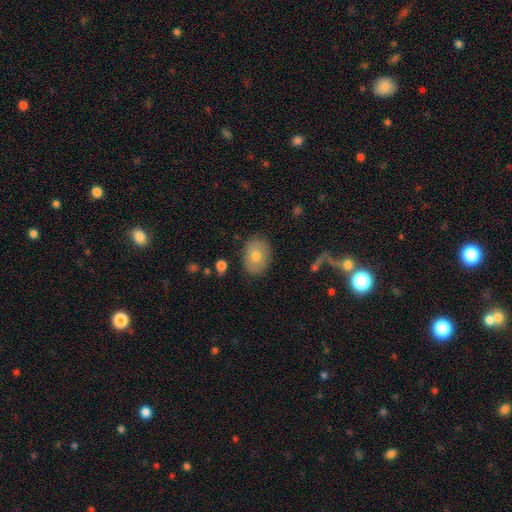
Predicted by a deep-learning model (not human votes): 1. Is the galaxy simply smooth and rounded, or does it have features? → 70% smooth, 20% featured or disk, 10% star or artifact.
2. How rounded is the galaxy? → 72% in between, 26% round, 1% cigar-shaped.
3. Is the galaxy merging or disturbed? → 85% none, 10% minor disturbance, 3% major disturbance, 2% merger.